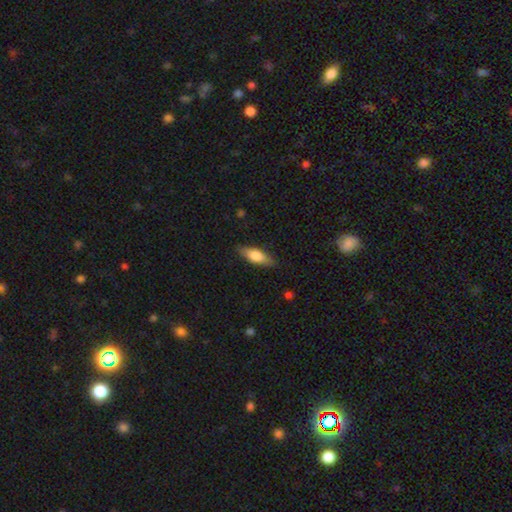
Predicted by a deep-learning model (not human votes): Morphology: type=smooth (71%); roundness=in between (63%); merging=none (84%).